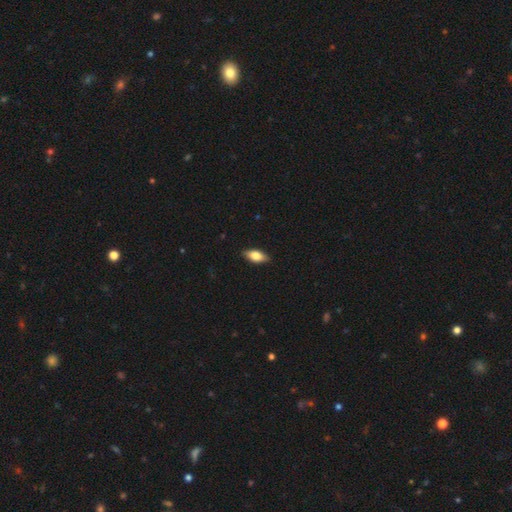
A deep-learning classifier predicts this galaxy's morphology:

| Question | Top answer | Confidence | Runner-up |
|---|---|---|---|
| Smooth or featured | smooth | 73% | featured or disk (20%) |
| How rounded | in between | 85% | cigar-shaped (11%) |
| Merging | none | 88% | minor disturbance (10%) |